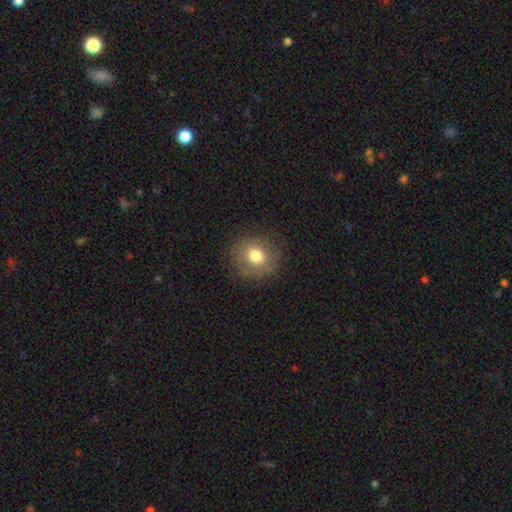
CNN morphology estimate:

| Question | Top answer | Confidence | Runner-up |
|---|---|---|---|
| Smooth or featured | smooth | 72% | featured or disk (17%) |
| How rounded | round | 83% | in between (16%) |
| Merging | none | 79% | minor disturbance (14%) |